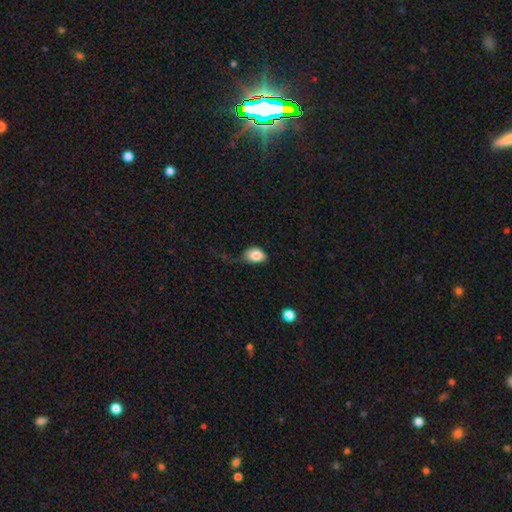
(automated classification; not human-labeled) smooth_or_featured: smooth (p=0.83) [alt: star or artifact p=0.08]
how_rounded: in between (p=0.71) [alt: round p=0.27]
merging: none (p=0.43) [alt: minor disturbance p=0.35]